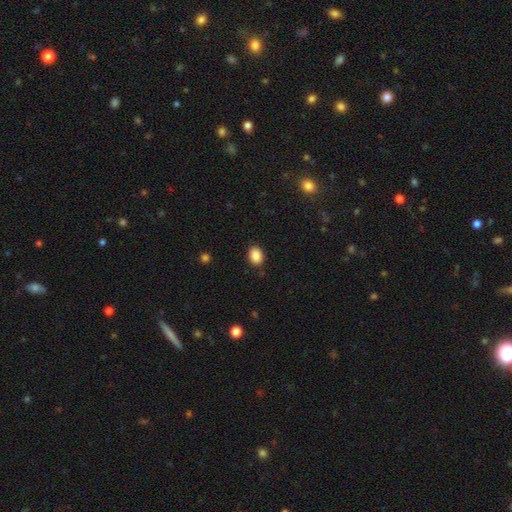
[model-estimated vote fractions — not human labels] smooth 89%, star or artifact 8%, featured or disk 3%. Down the decision tree: how rounded — in between (70%); merging — none (88%).